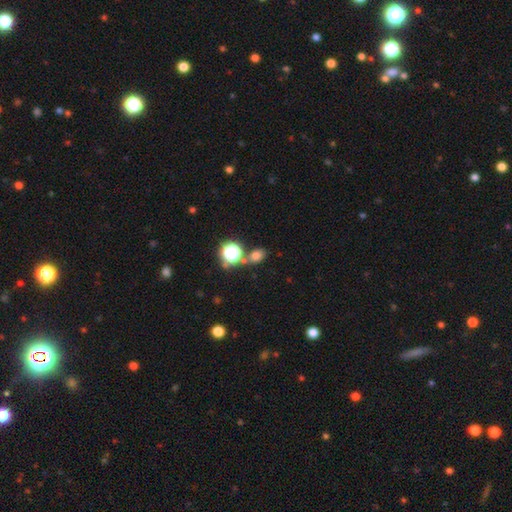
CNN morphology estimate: smooth 70%, star or artifact 24%, featured or disk 7%. Down the decision tree: how rounded — in between (52%); merging — none (67%).